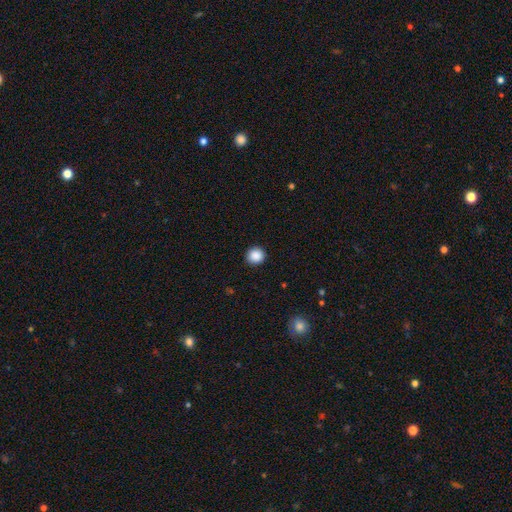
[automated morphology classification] smooth_or_featured: smooth (p=0.88) [alt: star or artifact p=0.09]
how_rounded: round (p=0.92) [alt: in between p=0.07]
merging: none (p=0.92) [alt: minor disturbance p=0.06]